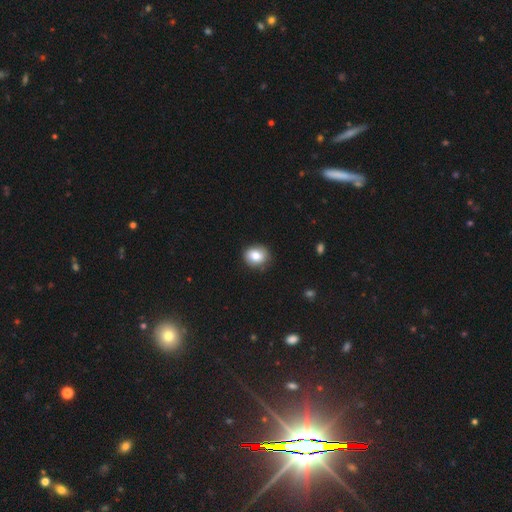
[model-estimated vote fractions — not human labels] Smooth or featured? smooth (80%)
How rounded? round (67%)
Merging? none (84%)